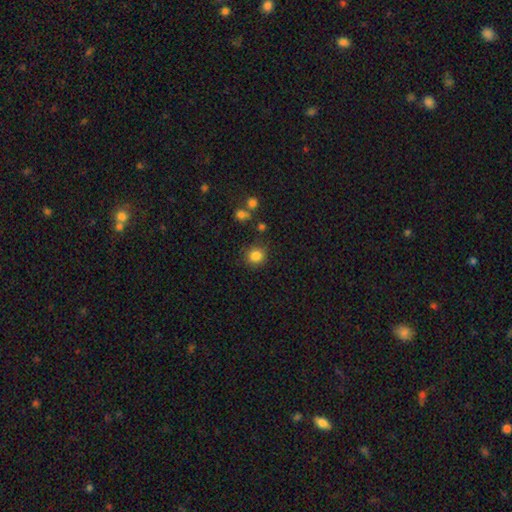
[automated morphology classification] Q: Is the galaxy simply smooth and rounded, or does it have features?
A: smooth — 84%.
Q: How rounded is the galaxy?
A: round — 85%.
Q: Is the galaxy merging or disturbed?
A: none — 82%.